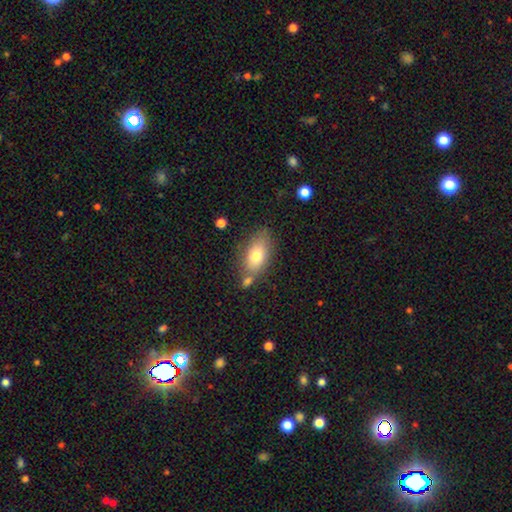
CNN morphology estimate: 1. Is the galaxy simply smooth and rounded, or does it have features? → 75% smooth, 17% featured or disk, 8% star or artifact.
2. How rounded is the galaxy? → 88% in between, 7% round, 5% cigar-shaped.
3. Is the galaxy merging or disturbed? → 64% none, 16% minor disturbance, 15% merger, 5% major disturbance.